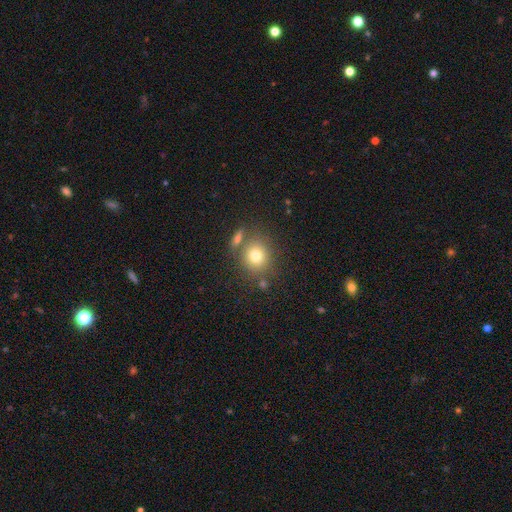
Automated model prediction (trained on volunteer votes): Smooth or featured: smooth — 75% (star or artifact — 12%)
How rounded: round — 83% (in between — 16%)
Merging: none — 71% (merger — 15%)